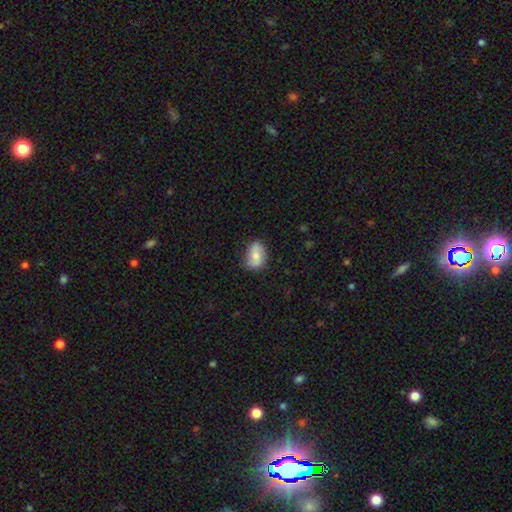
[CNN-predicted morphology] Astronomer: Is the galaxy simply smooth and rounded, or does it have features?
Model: smooth — 65%.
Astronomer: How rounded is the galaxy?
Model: in between — 80%.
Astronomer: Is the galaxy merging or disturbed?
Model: none — 66%.